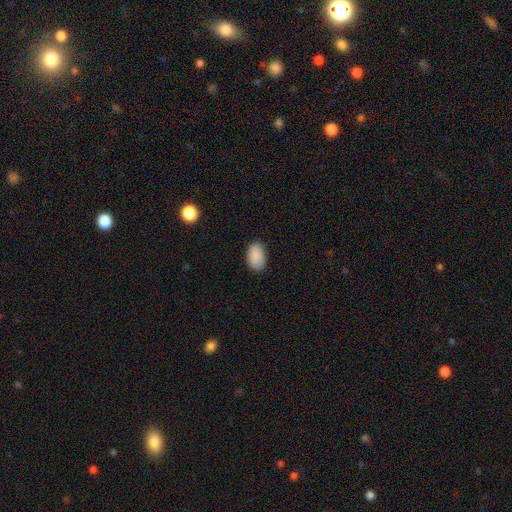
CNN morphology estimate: Smooth or featured?
  - smooth: 90% *
  - star or artifact: 7%
  - featured or disk: 3%
How rounded?
  - in between: 90% *
  - round: 9%
  - cigar-shaped: 1%
Merging?
  - none: 87% *
  - minor disturbance: 10%
  - major disturbance: 2%
  - merger: 1%